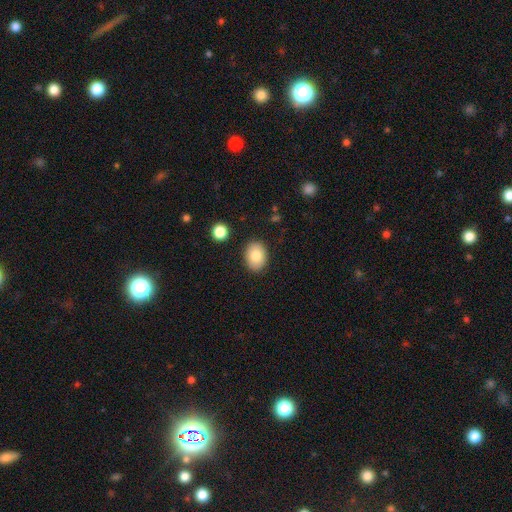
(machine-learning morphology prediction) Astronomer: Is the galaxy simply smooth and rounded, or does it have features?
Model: smooth — 82%.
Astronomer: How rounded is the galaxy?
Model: in between — 72%.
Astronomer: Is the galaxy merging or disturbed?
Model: none — 88%.